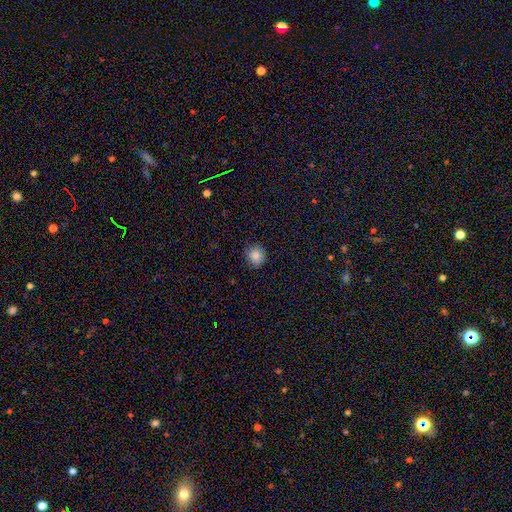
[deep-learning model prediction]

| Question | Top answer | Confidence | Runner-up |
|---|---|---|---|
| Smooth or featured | smooth | 86% | star or artifact (10%) |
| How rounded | round | 89% | in between (10%) |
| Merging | none | 86% | minor disturbance (10%) |